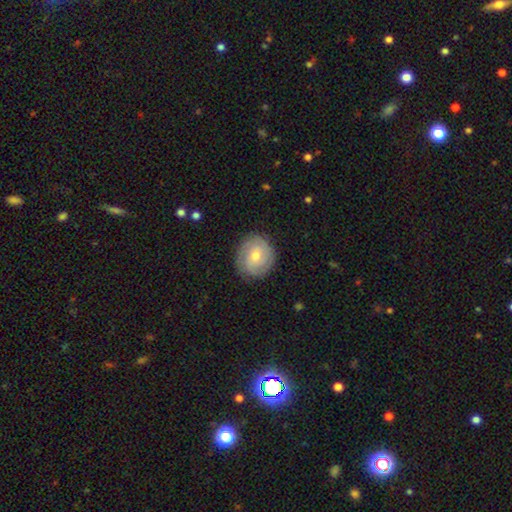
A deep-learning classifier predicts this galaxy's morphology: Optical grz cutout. It shows a featured or disk galaxy (56%) with no bar (62%), spiral arms (81%) and a moderate central bulge (54%). Merging: none (84%).